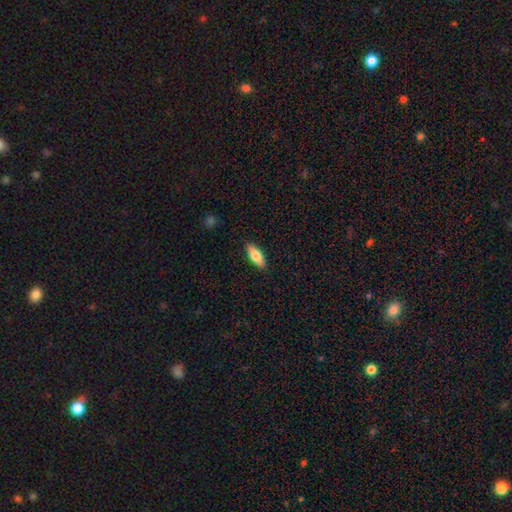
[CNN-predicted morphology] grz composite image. It shows a smooth galaxy with no disk features (76%) that is in between round and cigar-shaped (74%). Merging: none (89%).